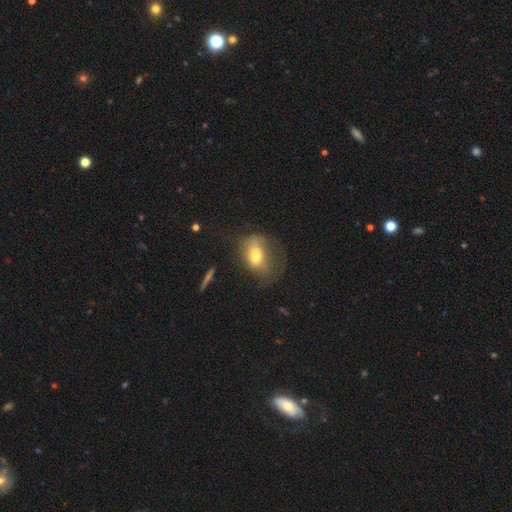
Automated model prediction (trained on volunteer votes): Q: Smooth or featured?
A: smooth (67%); runner-up: featured or disk (24%)
Q: How rounded?
A: in between (75%); runner-up: round (23%)
Q: Merging?
A: none (35%); tied with: major disturbance (35%)